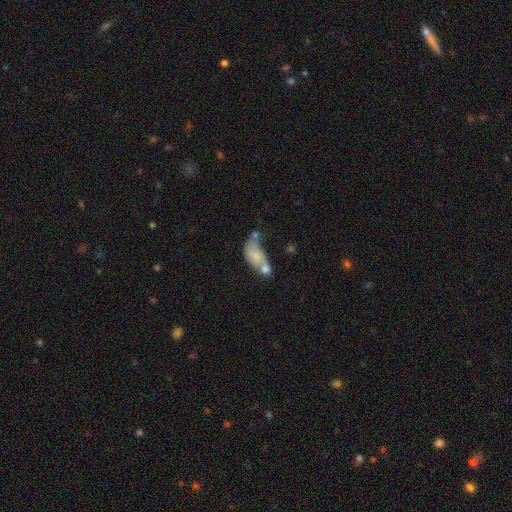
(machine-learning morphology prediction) smooth-or-featured: smooth: 62% | featured or disk: 29% | star or artifact: 9%
  how-rounded: in between: 83% | cigar-shaped: 9% | round: 8%
  merging: merger: 55% | none: 17% | major disturbance: 14% | minor disturbance: 14%